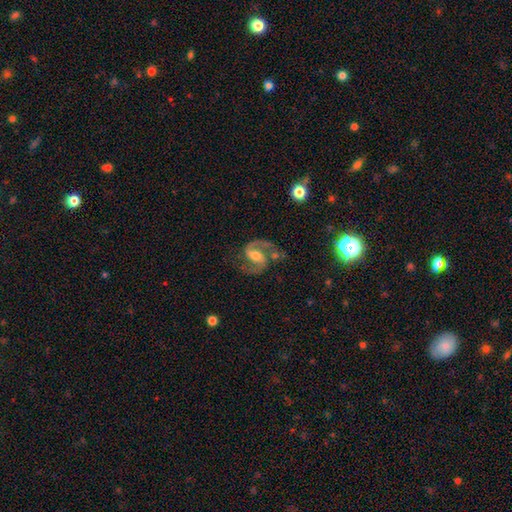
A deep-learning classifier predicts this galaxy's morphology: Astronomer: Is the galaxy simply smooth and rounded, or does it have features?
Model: featured or disk — 89%.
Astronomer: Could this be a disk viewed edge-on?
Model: no — 98%.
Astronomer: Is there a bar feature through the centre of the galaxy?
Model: weak — 48% (runner-up: strong, 27%).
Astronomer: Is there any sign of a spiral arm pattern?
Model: yes — 97%.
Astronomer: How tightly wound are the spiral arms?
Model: medium — 61%.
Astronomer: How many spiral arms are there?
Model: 2 — 92%.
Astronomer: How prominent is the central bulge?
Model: moderate — 64%.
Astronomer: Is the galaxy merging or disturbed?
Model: none — 67%.